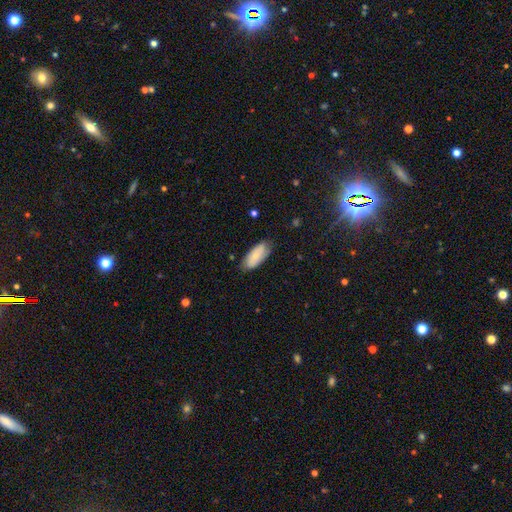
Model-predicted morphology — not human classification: Q: Smooth or featured?
A: smooth (72%); runner-up: featured or disk (22%)
Q: How rounded?
A: in between (87%); runner-up: cigar-shaped (11%)
Q: Merging?
A: none (76%); runner-up: minor disturbance (20%)